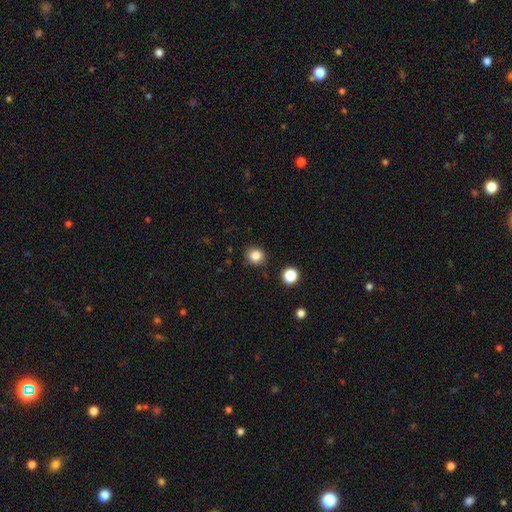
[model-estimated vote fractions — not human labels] Smooth or featured?
  - smooth: 84% *
  - star or artifact: 12%
  - featured or disk: 5%
How rounded?
  - round: 84% *
  - in between: 15%
  - cigar-shaped: 1%
Merging?
  - none: 87% *
  - minor disturbance: 8%
  - major disturbance: 2%
  - merger: 2%